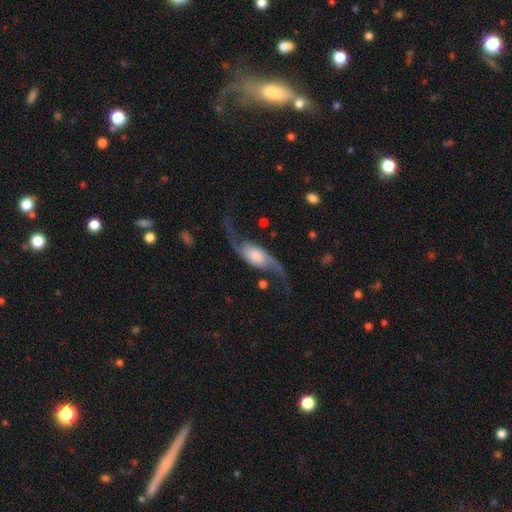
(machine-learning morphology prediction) This is clearly a featured or disk galaxy (85%). It is clearly not viewed edge-on (91%). Bar: possibly no (60%). Spiral arm pattern: clearly yes (97%). Spiral arm count: clearly 2 (94%). Spiral winding: clearly loose (90%). Central bulge: marginally large (40%). Merging: likely none (66%).